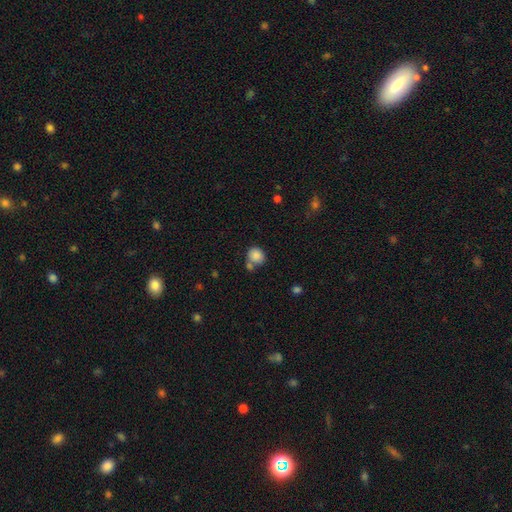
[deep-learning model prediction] Morphology: type=smooth (85%); roundness=round (80%); merging=none (58%).